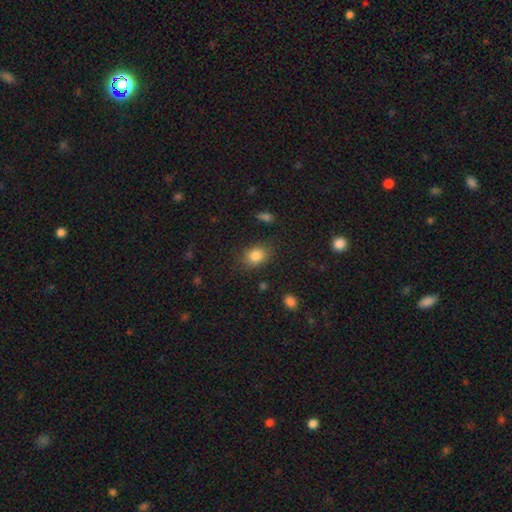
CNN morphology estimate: smooth 83%, star or artifact 10%, featured or disk 7%. Down the decision tree: how rounded — in between (60%); merging — none (81%).